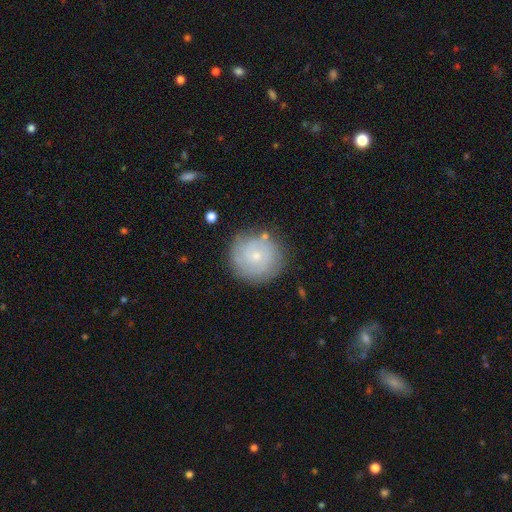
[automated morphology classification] The model was most divided on "smooth or featured": featured or disk: 54%, smooth: 38%, star or artifact: 8%. More confident: edge-on disk — no (98%); bar — no (82%); merging — none (79%); spiral arms — yes (77%); bulge size — small (72%).